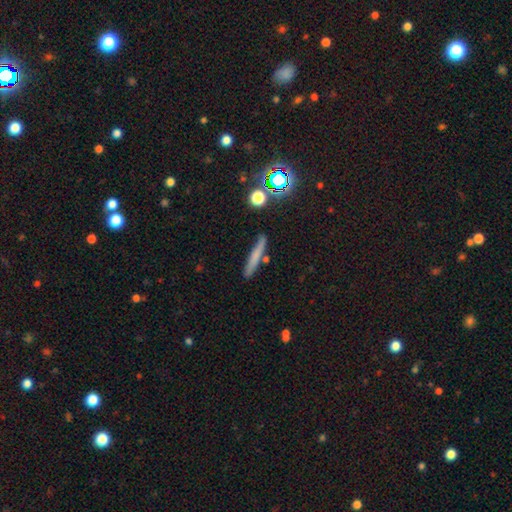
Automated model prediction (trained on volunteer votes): Overall: smooth (65%). How rounded: cigar-shaped (93%). Merging: none (83%).